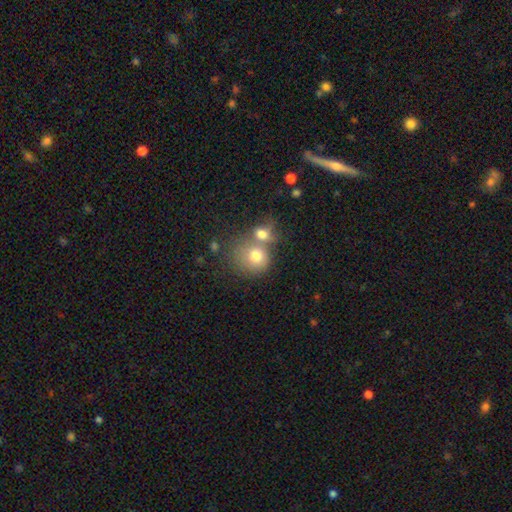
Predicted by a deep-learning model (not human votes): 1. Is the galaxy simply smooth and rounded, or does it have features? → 74% smooth, 16% featured or disk, 10% star or artifact.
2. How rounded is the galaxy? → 75% round, 24% in between, 1% cigar-shaped.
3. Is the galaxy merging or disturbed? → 56% merger, 30% none, 9% minor disturbance, 6% major disturbance.